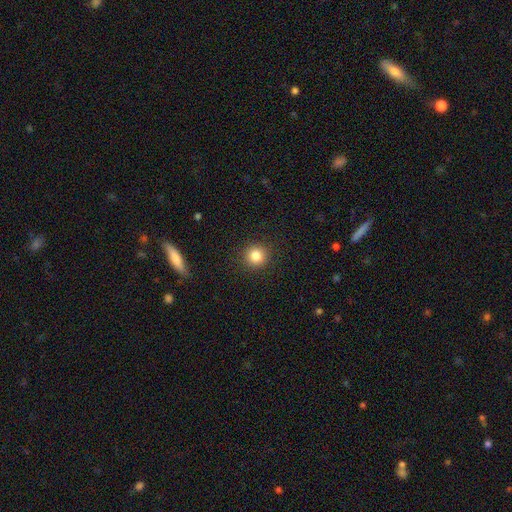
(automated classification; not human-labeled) This appears to be a smooth galaxy with no disk features (84%) that is round (93%). Merging: none (91%).